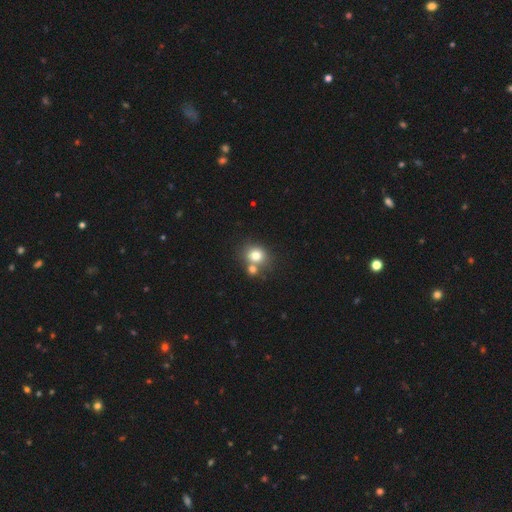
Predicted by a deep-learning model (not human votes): A smooth galaxy with no disk features (77%) that is round (74%). Merging: none (52%).